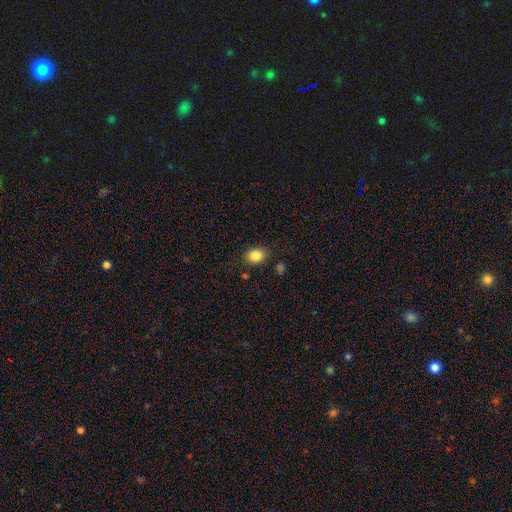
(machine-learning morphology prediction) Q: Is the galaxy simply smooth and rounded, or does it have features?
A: smooth — 85%.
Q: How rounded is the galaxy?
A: in between — 57%.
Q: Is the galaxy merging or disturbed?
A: none — 83%.